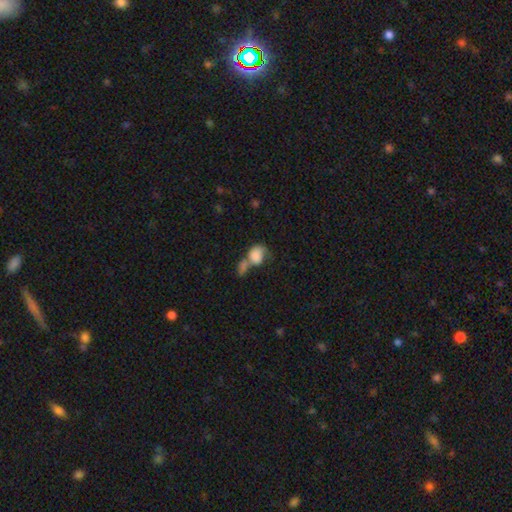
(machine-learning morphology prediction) Smooth or featured: smooth — 79% (featured or disk — 13%)
How rounded: in between — 58% (round — 41%)
Merging: merger — 61% (none — 17%)